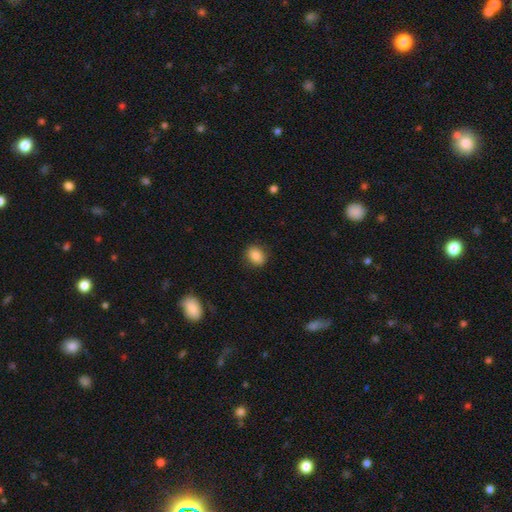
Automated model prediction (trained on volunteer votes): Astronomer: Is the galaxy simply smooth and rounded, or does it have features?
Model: smooth — 85%.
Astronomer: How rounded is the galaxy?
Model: in between — 59% (runner-up: round, 40%).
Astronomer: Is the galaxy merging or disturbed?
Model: none — 87%.